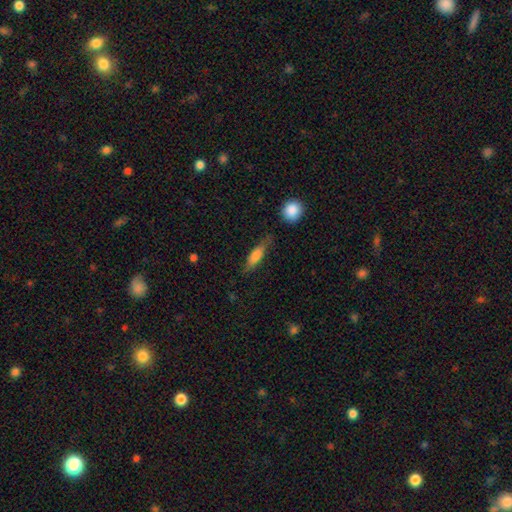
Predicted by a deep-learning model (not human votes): Smooth or featured: smooth — 74% (featured or disk — 19%)
How rounded: cigar-shaped — 50% (in between — 46%)
Merging: none — 68% (minor disturbance — 21%)